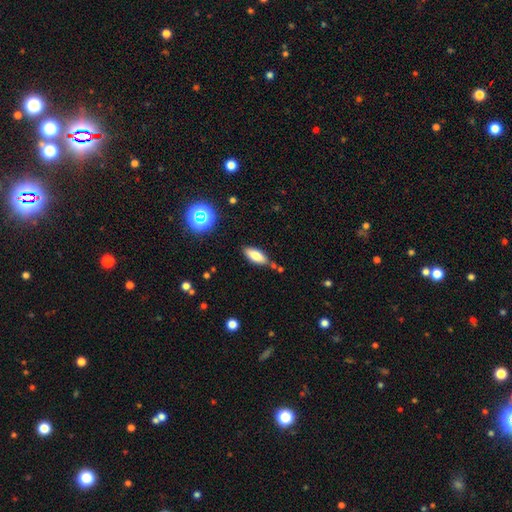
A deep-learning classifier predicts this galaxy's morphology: Q: Smooth or featured?
A: smooth (80%); runner-up: featured or disk (11%)
Q: How rounded?
A: in between (80%); runner-up: cigar-shaped (18%)
Q: Merging?
A: none (76%); runner-up: minor disturbance (16%)